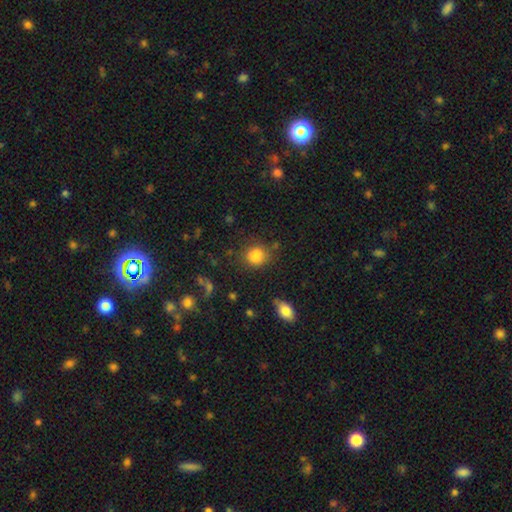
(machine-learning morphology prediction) smooth 84%, star or artifact 10%, featured or disk 6%. Down the decision tree: how rounded — round (58%); merging — none (69%).